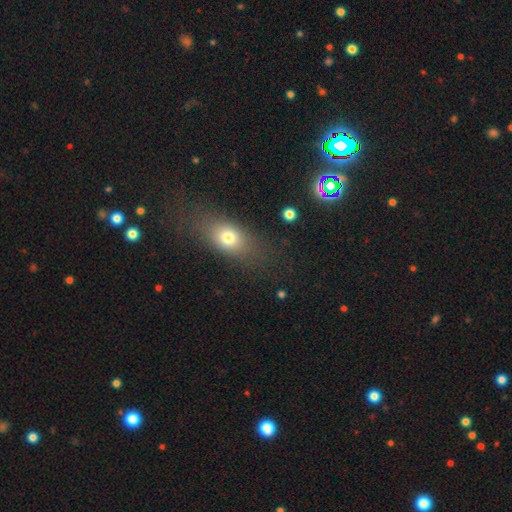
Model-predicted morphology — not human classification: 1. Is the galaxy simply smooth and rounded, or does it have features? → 61% smooth, 23% star or artifact, 16% featured or disk.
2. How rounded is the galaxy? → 61% in between, 22% round, 17% cigar-shaped.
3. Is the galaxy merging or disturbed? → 82% none, 11% minor disturbance, 5% major disturbance, 2% merger.